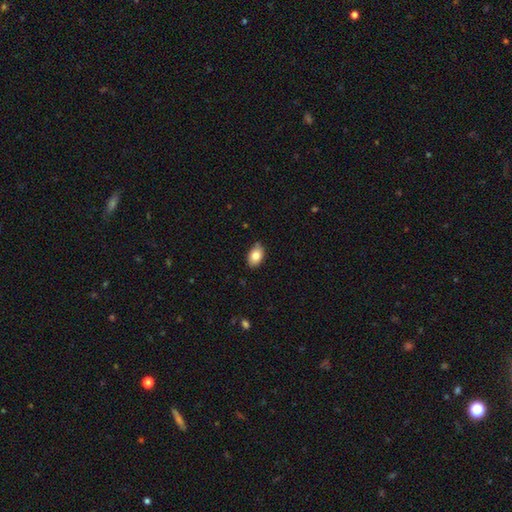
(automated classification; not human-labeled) Smooth or featured? smooth (83%)
How rounded? in between (89%)
Merging? none (84%)